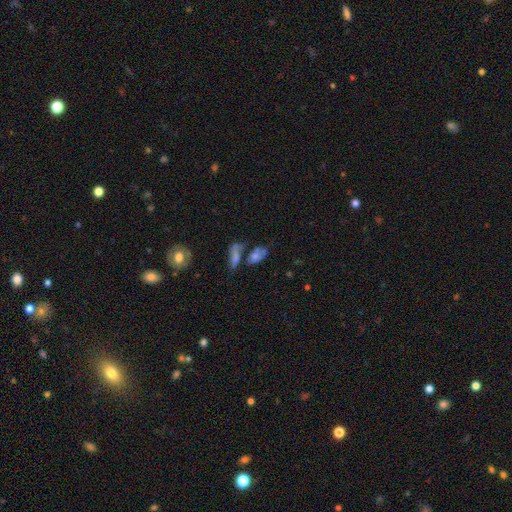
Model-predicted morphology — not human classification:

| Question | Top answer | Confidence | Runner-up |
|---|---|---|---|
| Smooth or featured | smooth | 54% | featured or disk (30%) |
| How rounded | in between | 77% | round (14%) |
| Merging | none | 42% | merger (33%) |